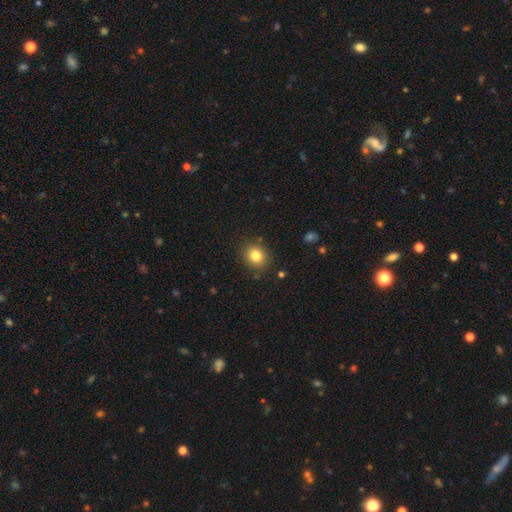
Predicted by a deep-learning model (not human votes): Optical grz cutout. It shows a smooth galaxy with no disk features (82%) that is round (70%). Merging: none (86%).